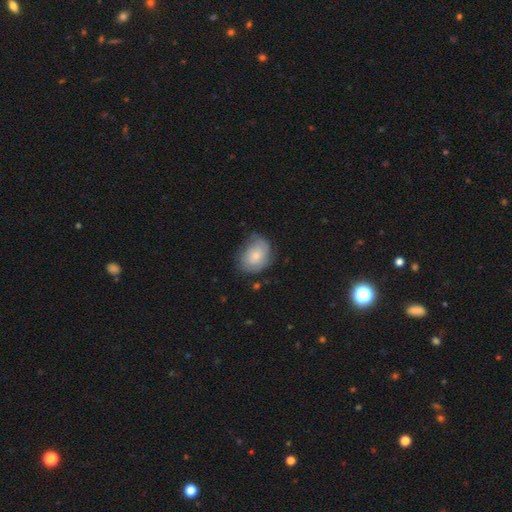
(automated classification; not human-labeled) Smooth or featured: smooth — 69% (featured or disk — 24%)
How rounded: in between — 62% (round — 37%)
Merging: none — 61% (minor disturbance — 29%)